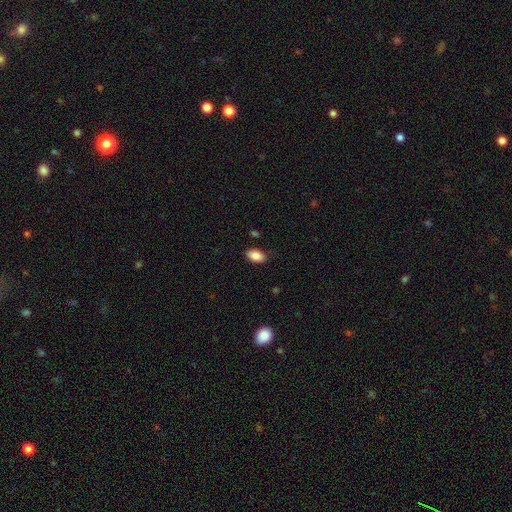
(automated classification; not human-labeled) A smooth galaxy with no disk features (87%) that is in between round and cigar-shaped (93%).

Vote fractions:
- Smooth or featured? smooth: 87% / star or artifact: 8% / featured or disk: 5%
- How rounded? in between: 93% / round: 6% / cigar-shaped: 2%
- Merging? none: 81% / minor disturbance: 15% / major disturbance: 3% / merger: 1%